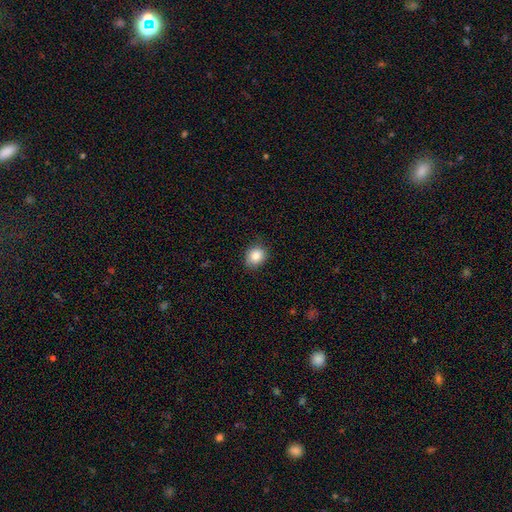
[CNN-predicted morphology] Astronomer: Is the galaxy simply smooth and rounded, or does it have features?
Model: smooth — 85%.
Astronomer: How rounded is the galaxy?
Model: round — 64%.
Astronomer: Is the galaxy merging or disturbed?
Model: none — 82%.